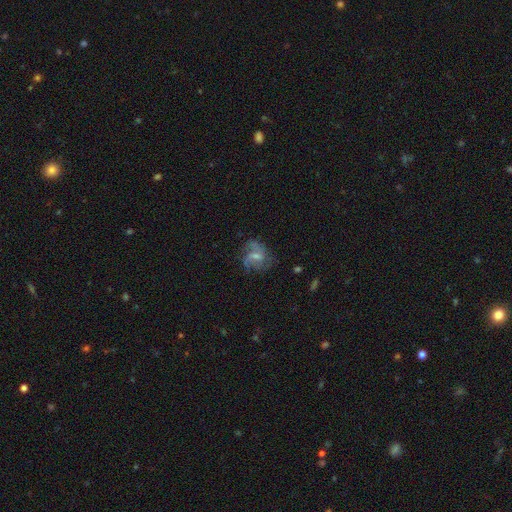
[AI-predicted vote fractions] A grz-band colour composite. It shows a featured or disk galaxy (67%) with a weak bar (53%), 2 (44%) loose (43%) spiral arms (83%) and a small central bulge (45%). Merging: none (52%).